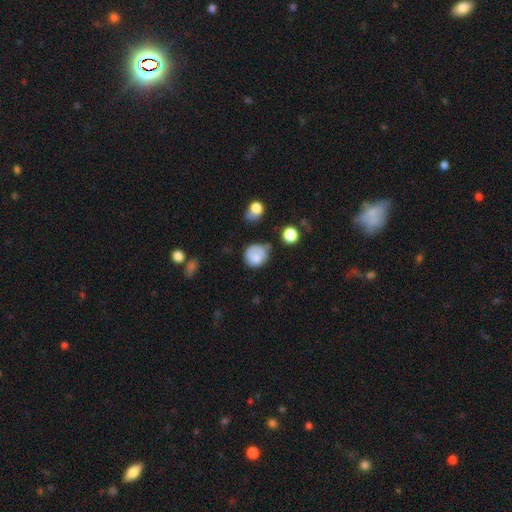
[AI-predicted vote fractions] Overall: smooth (75%). How rounded: round (80%). Merging: none (51%; minor disturbance 30%).